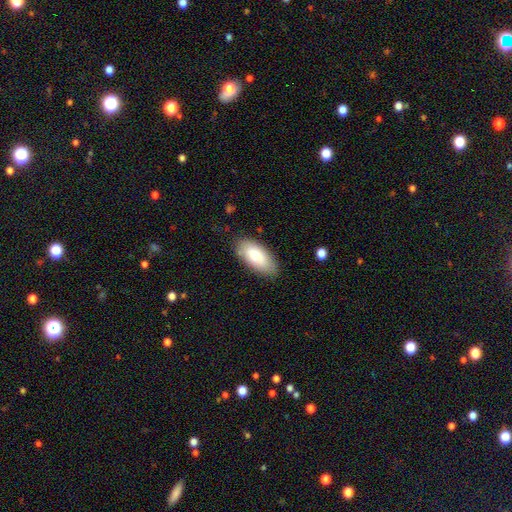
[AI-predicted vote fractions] Smooth or featured?
  - smooth: 82% *
  - featured or disk: 12%
  - star or artifact: 6%
How rounded?
  - in between: 91% *
  - cigar-shaped: 7%
  - round: 2%
Merging?
  - none: 83% *
  - minor disturbance: 13%
  - major disturbance: 3%
  - merger: 1%